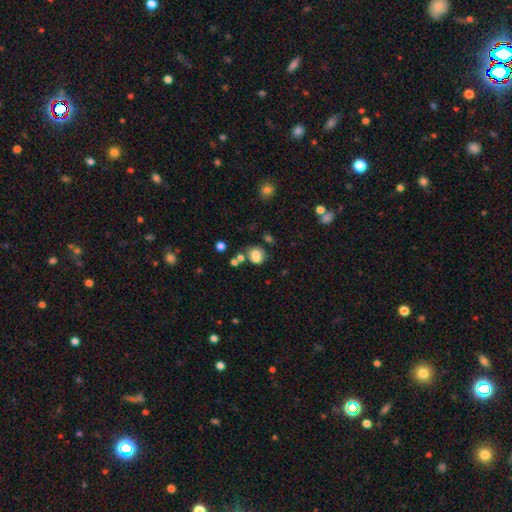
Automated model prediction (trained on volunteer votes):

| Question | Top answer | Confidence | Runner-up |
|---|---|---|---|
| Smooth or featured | smooth | 68% | featured or disk (19%) |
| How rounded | round | 65% | in between (34%) |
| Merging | none | 41% | merger (34%) |